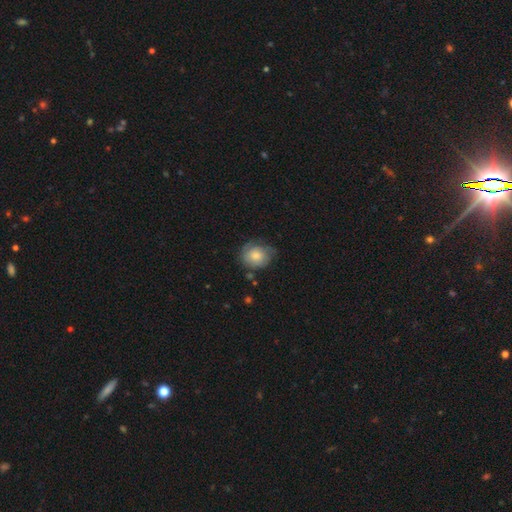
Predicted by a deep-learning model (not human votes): smooth-or-featured: smooth: 64% | featured or disk: 29% | star or artifact: 7%
  how-rounded: round: 67% | in between: 32% | cigar-shaped: 1%
  merging: none: 57% | minor disturbance: 30% | major disturbance: 10% | merger: 2%